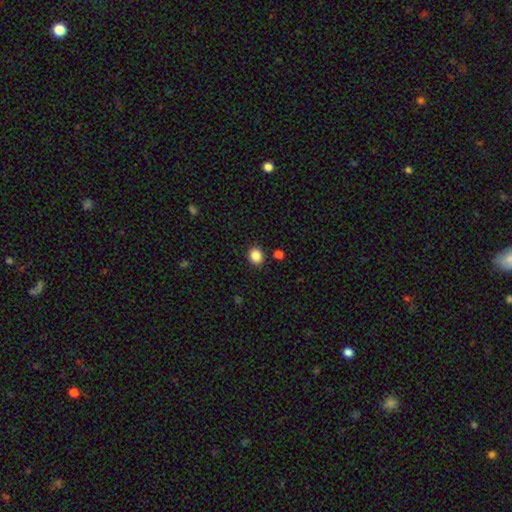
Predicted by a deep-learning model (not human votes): Q: Smooth or featured?
A: smooth (87%); runner-up: star or artifact (10%)
Q: How rounded?
A: round (72%); runner-up: in between (27%)
Q: Merging?
A: none (88%); runner-up: minor disturbance (7%)